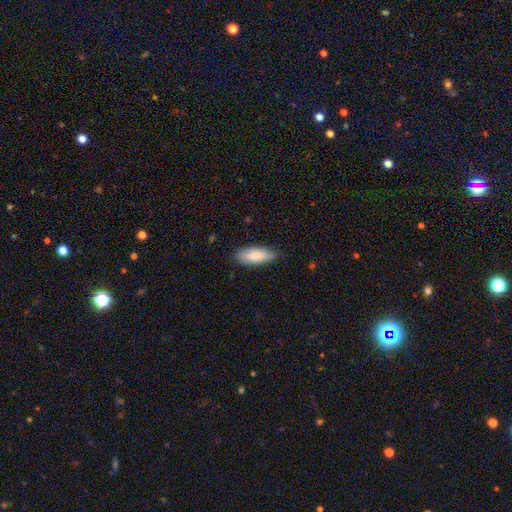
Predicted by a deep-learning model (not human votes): This appears to be a smooth galaxy with no disk features (78%) that is in between round and cigar-shaped (72%). Merging: none (80%).